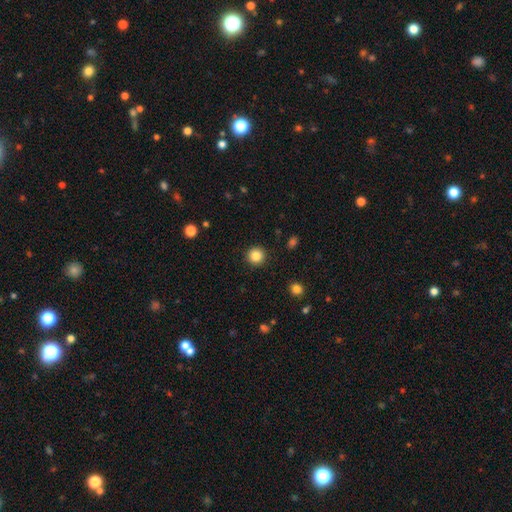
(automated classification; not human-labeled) This is clearly a smooth galaxy (85%). How rounded: clearly round (95%). Merging: clearly none (92%).